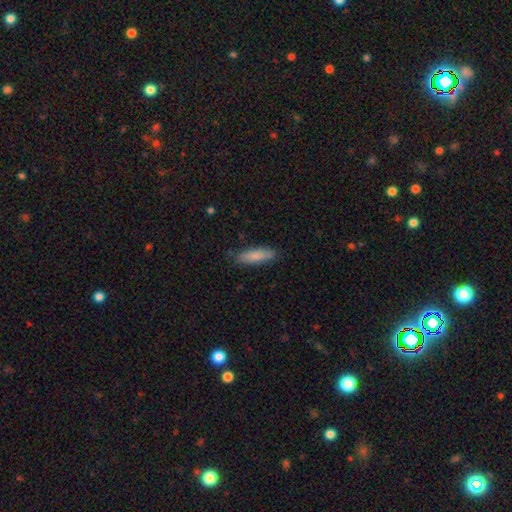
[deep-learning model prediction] This appears to be a smooth galaxy with no disk features (84%) that is cigar-shaped (63%). Merging: none (84%).